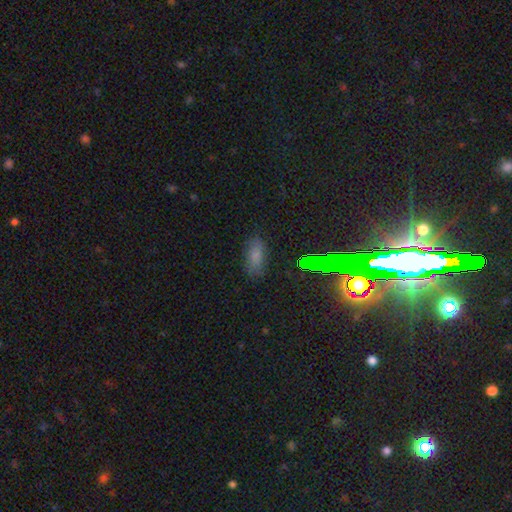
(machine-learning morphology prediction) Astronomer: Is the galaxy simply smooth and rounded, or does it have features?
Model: smooth — 71%.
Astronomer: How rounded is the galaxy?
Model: in between — 84%.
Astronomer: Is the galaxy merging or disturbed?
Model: none — 79%.